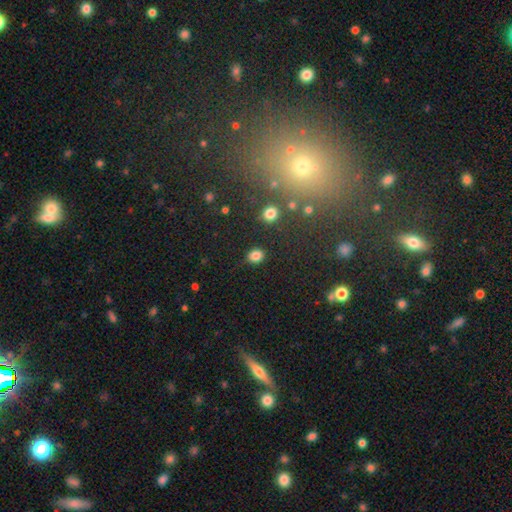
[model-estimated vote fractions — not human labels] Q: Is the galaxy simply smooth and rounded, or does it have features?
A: smooth — 83%.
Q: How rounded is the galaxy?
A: round — 64%.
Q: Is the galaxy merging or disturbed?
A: none — 81%.